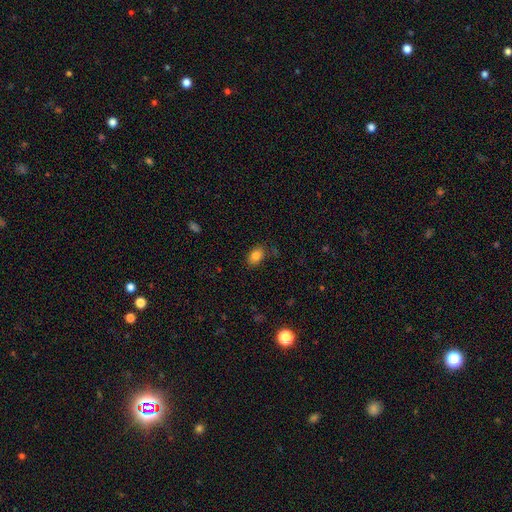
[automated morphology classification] smooth 83%, star or artifact 10%, featured or disk 7%. Down the decision tree: how rounded — in between (81%); merging — none (82%).